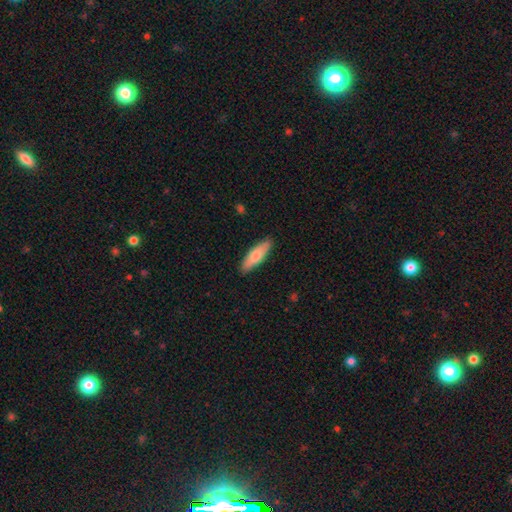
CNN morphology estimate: This is likely a smooth galaxy (73%). How rounded: possibly cigar-shaped (56%). Merging: clearly none (89%).